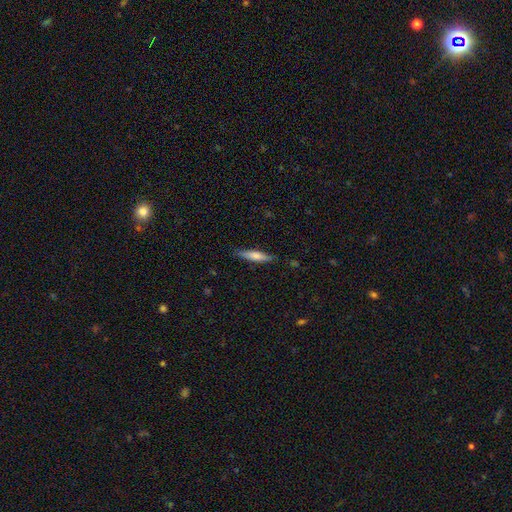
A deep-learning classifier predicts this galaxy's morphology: A smooth galaxy with no disk features (63%) that is cigar-shaped (82%). Merging: none (86%).